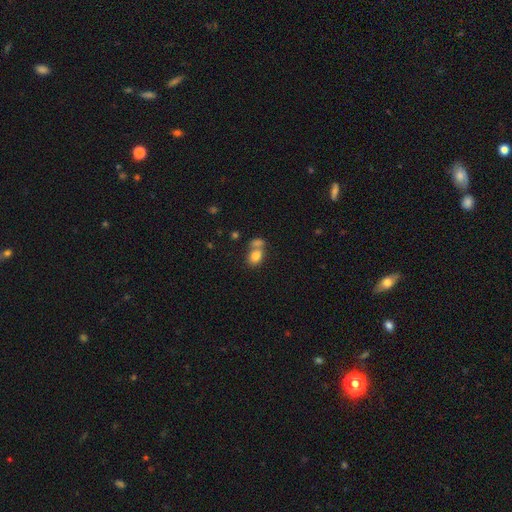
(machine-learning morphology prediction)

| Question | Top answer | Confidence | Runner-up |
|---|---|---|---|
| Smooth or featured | smooth | 81% | star or artifact (9%) |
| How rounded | in between | 74% | round (25%) |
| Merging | merger | 48% | none (37%) |